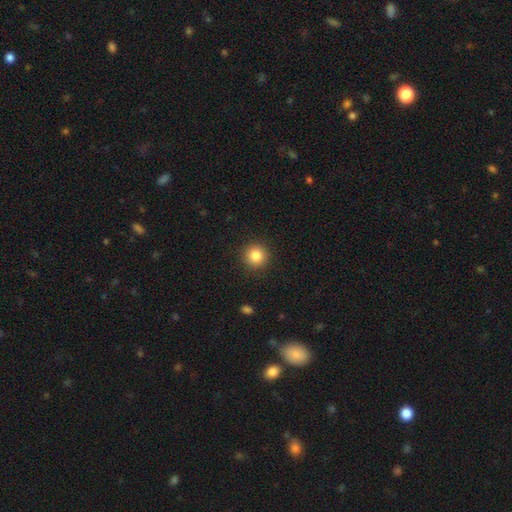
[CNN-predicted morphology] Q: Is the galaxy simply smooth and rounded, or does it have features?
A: smooth — 84%.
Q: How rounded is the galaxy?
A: round — 94%.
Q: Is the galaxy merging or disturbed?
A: none — 92%.